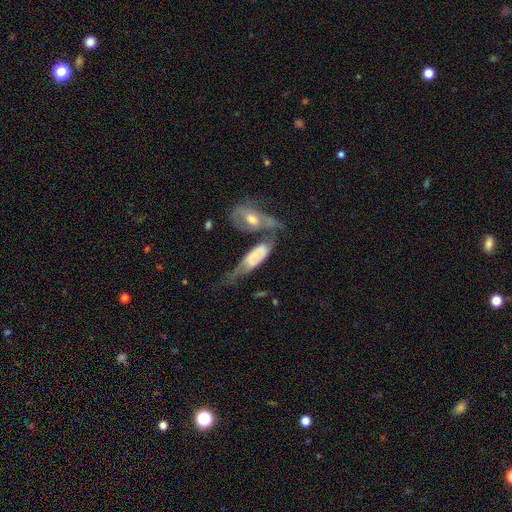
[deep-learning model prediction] smooth-or-featured: featured or disk: 59% | smooth: 34% | star or artifact: 7%
  disk-edge-on: no: 75% | yes: 25%
  merging: merger: 42% | none: 22% | major disturbance: 18% | minor disturbance: 18%